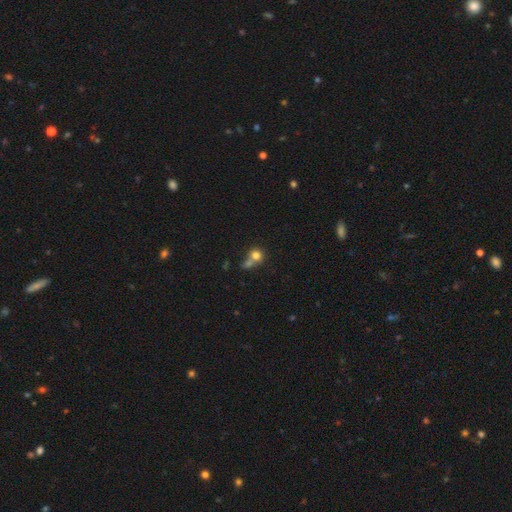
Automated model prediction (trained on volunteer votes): This is likely a smooth galaxy (76%). How rounded: clearly round (83%). Merging: possibly merger (49%).